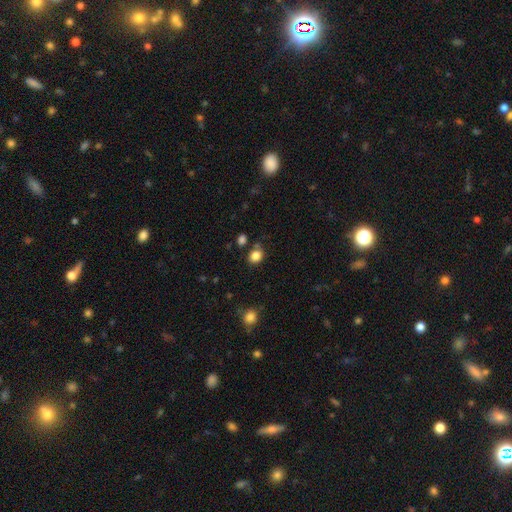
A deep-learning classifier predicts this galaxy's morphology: Smooth or featured? Predicted: smooth (p=0.84). How rounded? Predicted: round (p=0.58). Merging? Predicted: none (p=0.75).